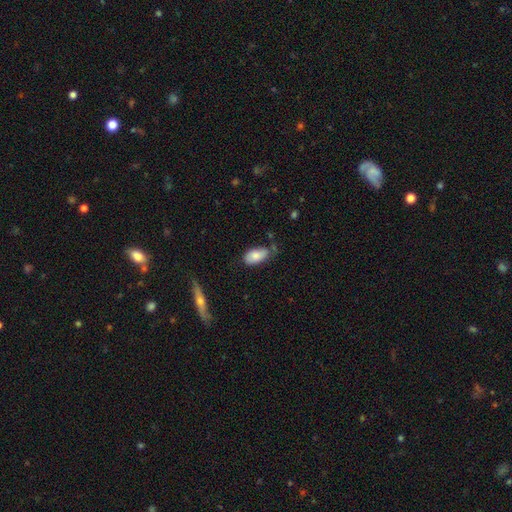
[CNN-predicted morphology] This appears to be a smooth galaxy with no disk features (82%) that is in between round and cigar-shaped (94%). Merging: none (60%).